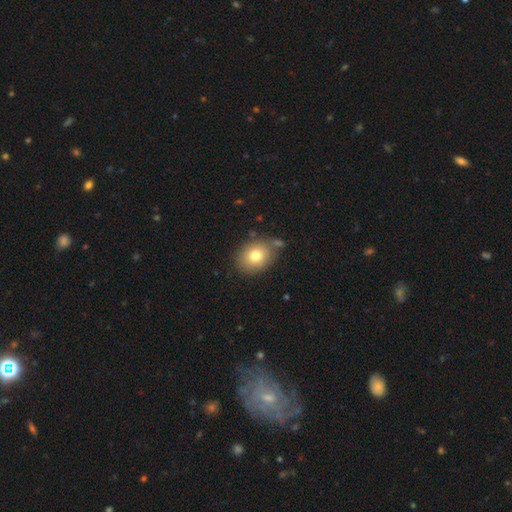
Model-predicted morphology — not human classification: smooth-or-featured: smooth: 76% | featured or disk: 14% | star or artifact: 10%
  how-rounded: in between: 50% | round: 49% | cigar-shaped: 1%
  merging: none: 74% | minor disturbance: 15% | merger: 7% | major disturbance: 4%